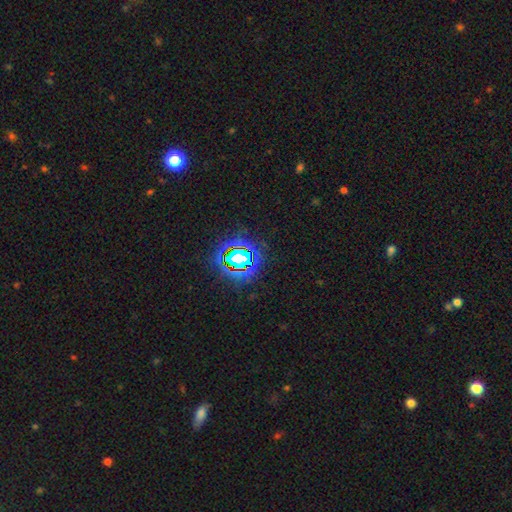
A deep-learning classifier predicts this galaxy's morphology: Overall: star or artifact (79%).